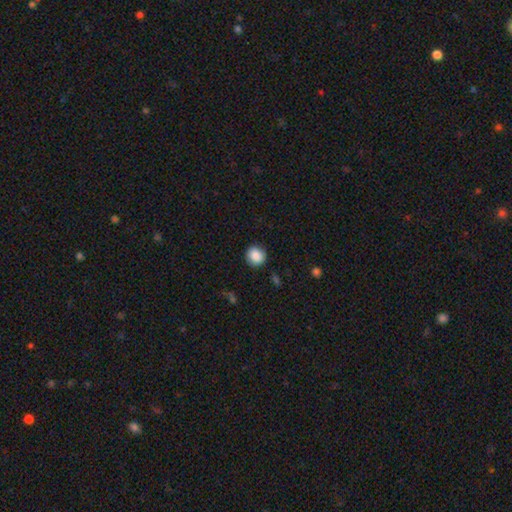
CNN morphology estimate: This appears to be a smooth galaxy with no disk features (87%) that is round (87%). Merging: none (88%).